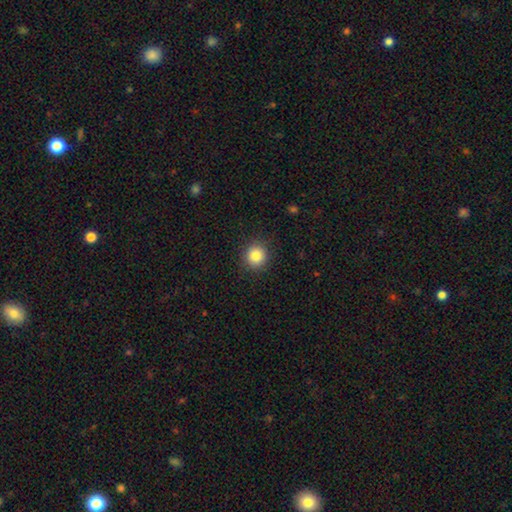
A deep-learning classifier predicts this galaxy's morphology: Overall: smooth (84%). How rounded: round (90%). Merging: none (90%).